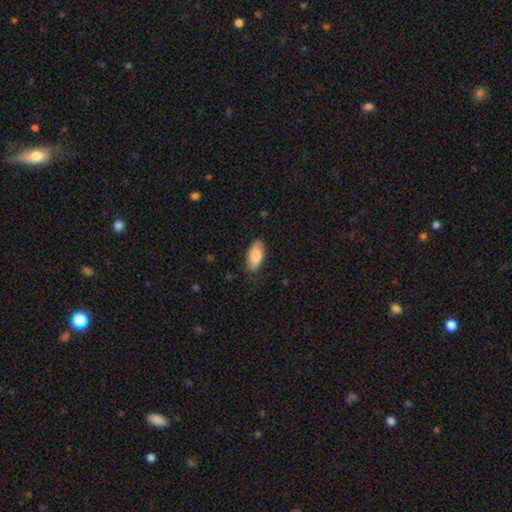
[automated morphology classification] Smooth or featured? Predicted: smooth (p=0.83). How rounded? Predicted: in between (p=0.92). Merging? Predicted: none (p=0.80).